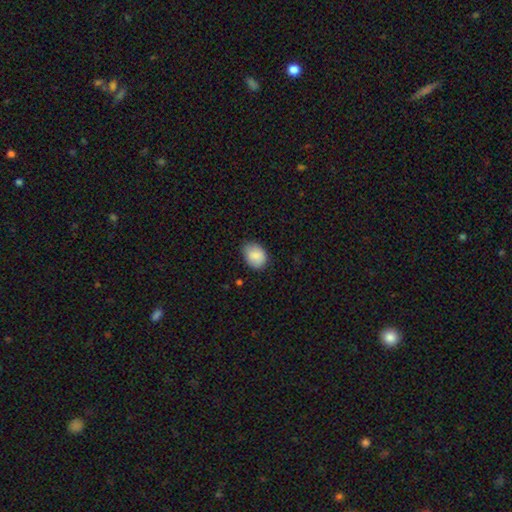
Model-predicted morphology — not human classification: Smooth or featured? Predicted: smooth (p=0.86). How rounded? Predicted: in between (p=0.53). Merging? Predicted: none (p=0.70).